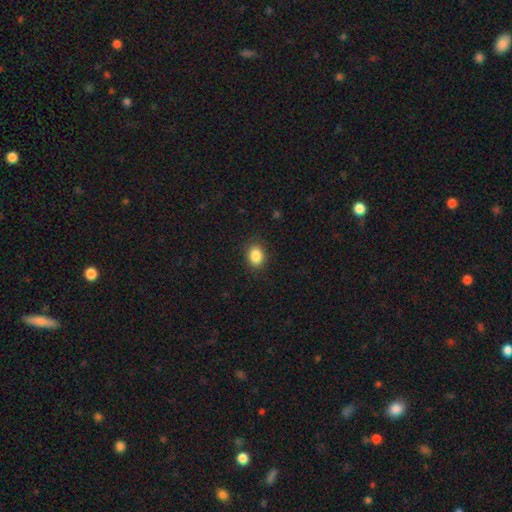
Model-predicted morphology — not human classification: smooth_or_featured: smooth (p=0.87) [alt: star or artifact p=0.09]
how_rounded: in between (p=0.55) [alt: round p=0.44]
merging: none (p=0.87) [alt: minor disturbance p=0.09]